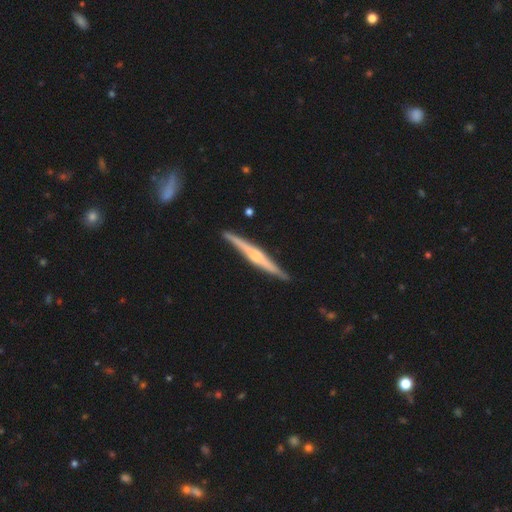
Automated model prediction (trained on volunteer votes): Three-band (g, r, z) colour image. It shows a featured or disk galaxy (77%) viewed edge-on (98%) with a rounded central bulge (68%). Merging: none (89%).